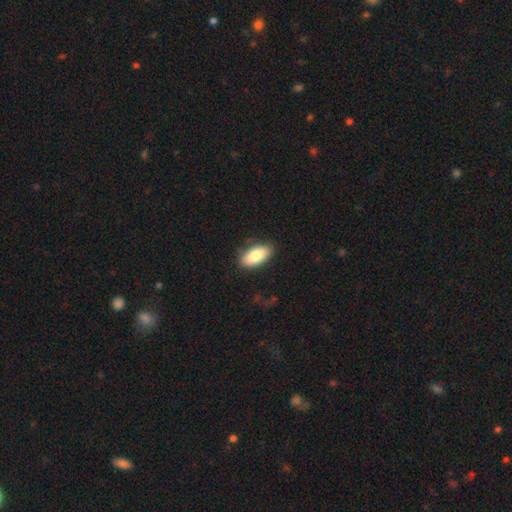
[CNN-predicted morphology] Smooth or featured? Predicted: smooth (p=0.82). How rounded? Predicted: in between (p=0.92). Merging? Predicted: none (p=0.83).